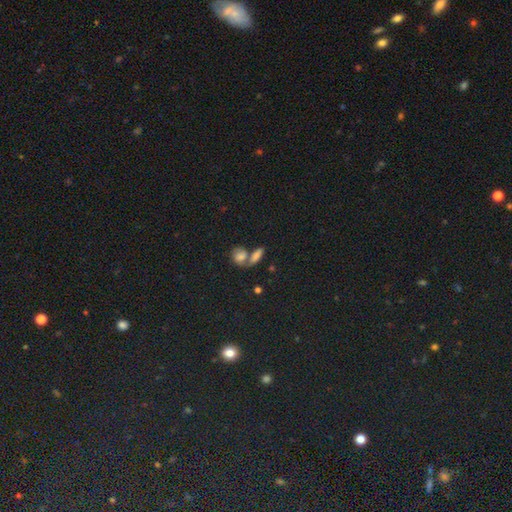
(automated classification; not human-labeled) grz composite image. It shows a smooth galaxy with no disk features (70%) that is in between round and cigar-shaped (65%). Merging: merger (49%).